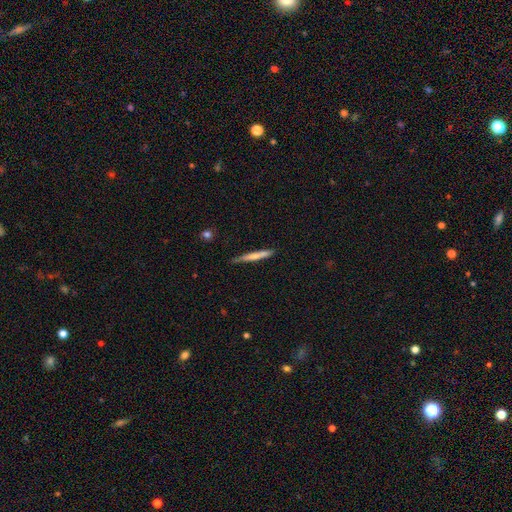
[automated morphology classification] Smooth or featured: smooth — 66% (featured or disk — 29%)
How rounded: cigar-shaped — 96% (in between — 3%)
Merging: none — 76% (minor disturbance — 19%)